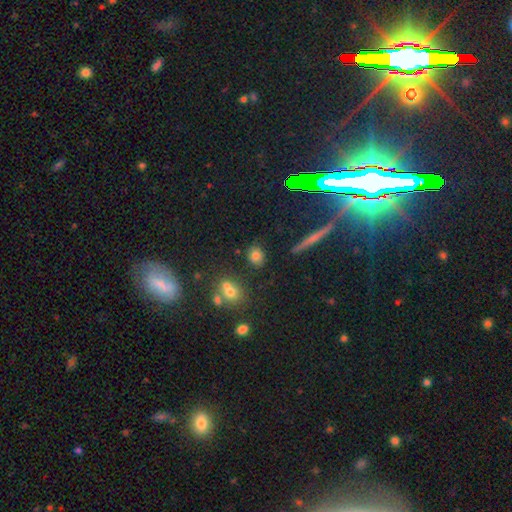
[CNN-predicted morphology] Smooth or featured? smooth (75%)
How rounded? round (59%)
Merging? none (80%)